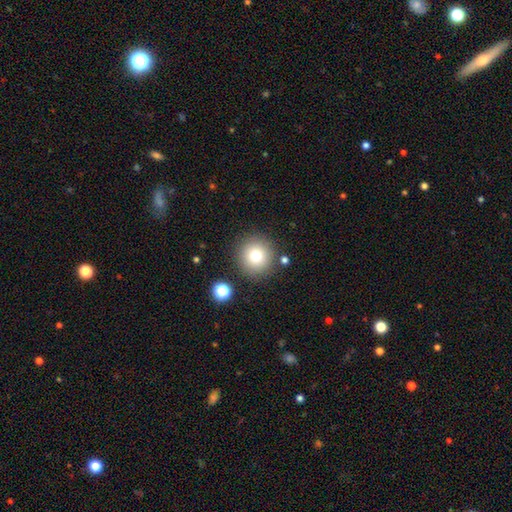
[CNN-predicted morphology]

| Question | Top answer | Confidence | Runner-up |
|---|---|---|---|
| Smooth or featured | smooth | 78% | star or artifact (12%) |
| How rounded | round | 95% | in between (4%) |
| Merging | none | 87% | minor disturbance (7%) |